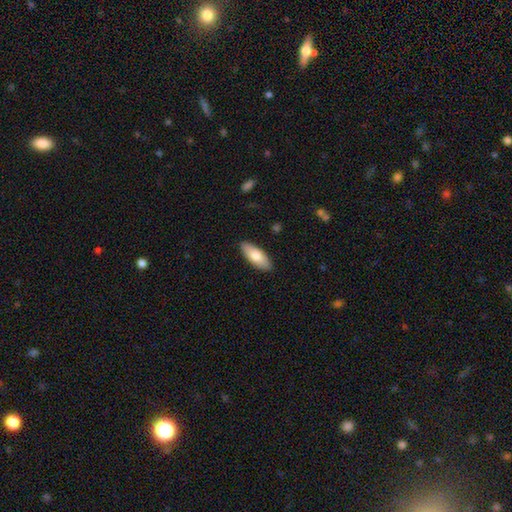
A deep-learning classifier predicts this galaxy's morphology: Overall: smooth (77%). How rounded: in between (80%). Merging: none (89%).